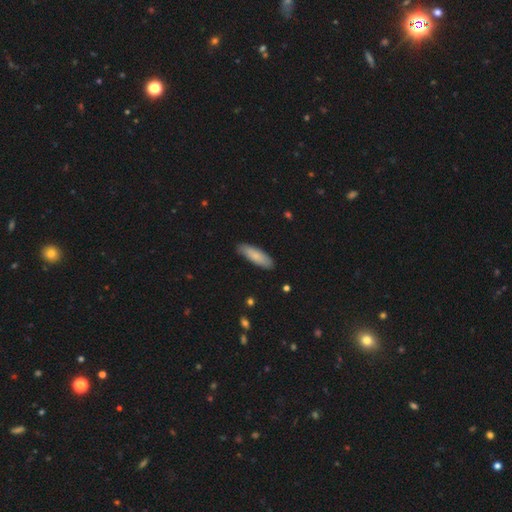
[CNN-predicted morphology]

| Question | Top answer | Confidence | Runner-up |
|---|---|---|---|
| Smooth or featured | smooth | 80% | featured or disk (14%) |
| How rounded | in between | 51% | cigar-shaped (47%) |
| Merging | none | 85% | minor disturbance (12%) |